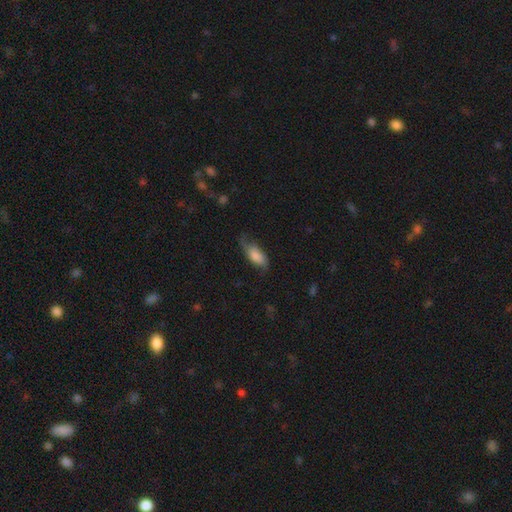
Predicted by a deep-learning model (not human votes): Q: Smooth or featured?
A: smooth (66%); runner-up: featured or disk (27%)
Q: How rounded?
A: in between (85%); runner-up: cigar-shaped (11%)
Q: Merging?
A: none (47%); runner-up: minor disturbance (34%)